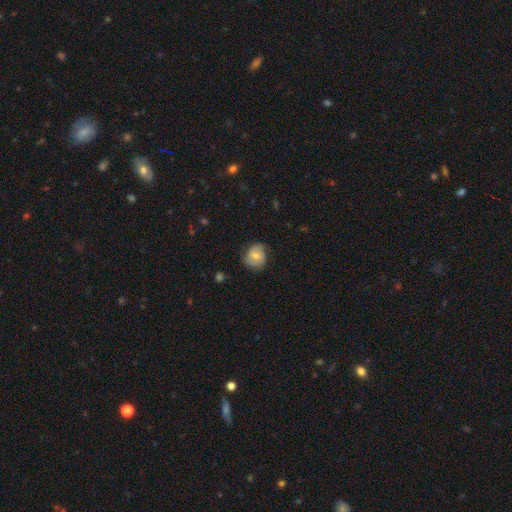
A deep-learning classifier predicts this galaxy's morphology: This is likely a smooth galaxy (65%). How rounded: likely round (71%). Merging: likely none (66%).